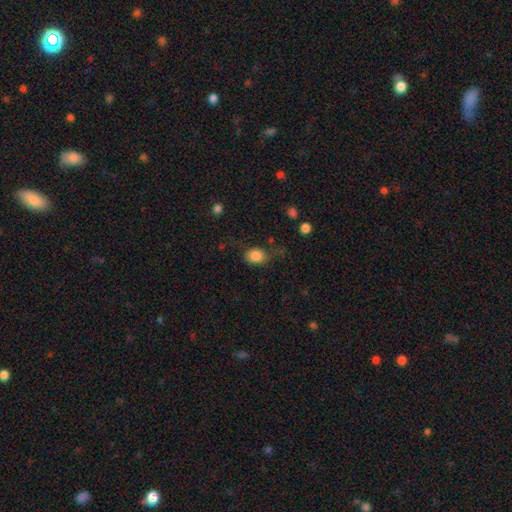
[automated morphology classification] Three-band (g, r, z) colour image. It shows a smooth galaxy with no disk features (84%) that is in between round and cigar-shaped (50%). Merging: none (62%).